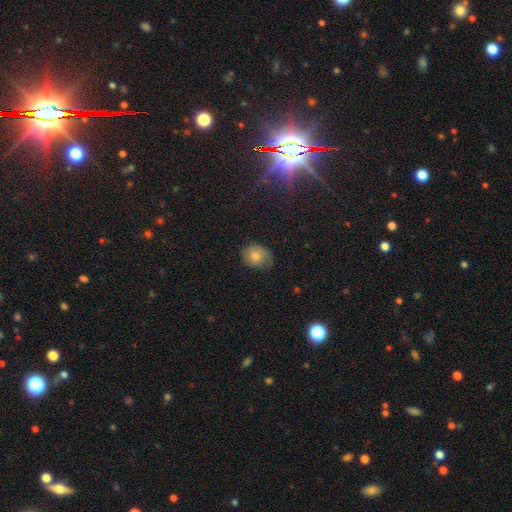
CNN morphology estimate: Overall: smooth (74%). How rounded: round (51%; in between 49%). Merging: none (59%; minor disturbance 31%).